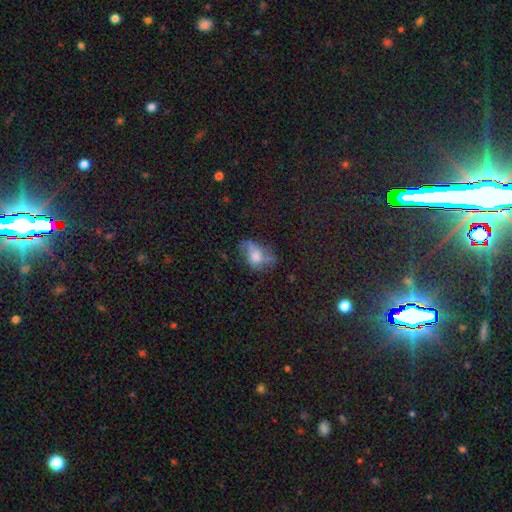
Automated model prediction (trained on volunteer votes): smooth-or-featured: featured or disk: 44% | smooth: 41% | star or artifact: 16%
  merging: none: 49% | minor disturbance: 27% | major disturbance: 21% | merger: 3%